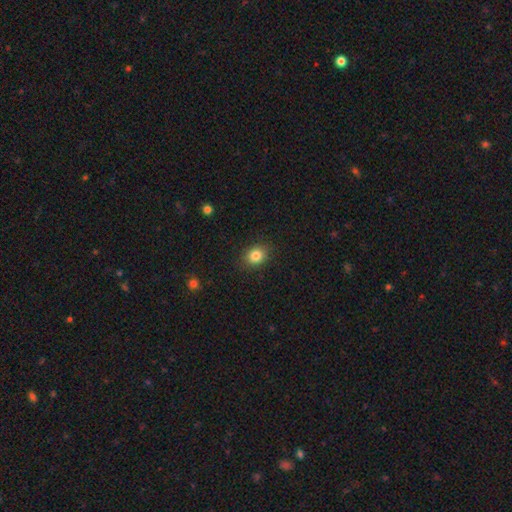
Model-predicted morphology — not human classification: Smooth or featured? Predicted: smooth (p=0.84). How rounded? Predicted: round (p=0.52). Merging? Predicted: none (p=0.87).